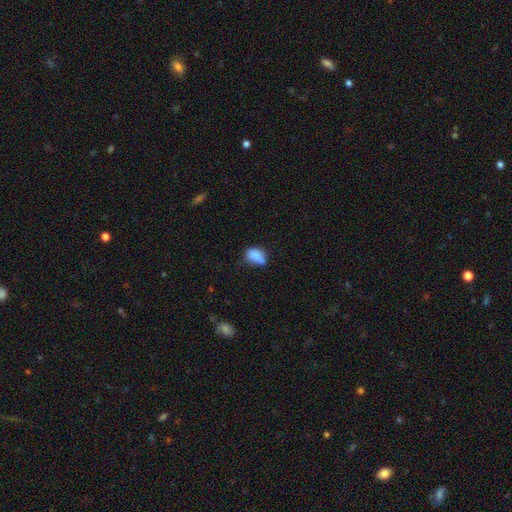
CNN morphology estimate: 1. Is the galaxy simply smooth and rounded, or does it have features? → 83% smooth, 9% star or artifact, 7% featured or disk.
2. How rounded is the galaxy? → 79% in between, 19% round, 2% cigar-shaped.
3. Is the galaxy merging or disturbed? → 48% none, 36% minor disturbance, 8% major disturbance, 8% merger.